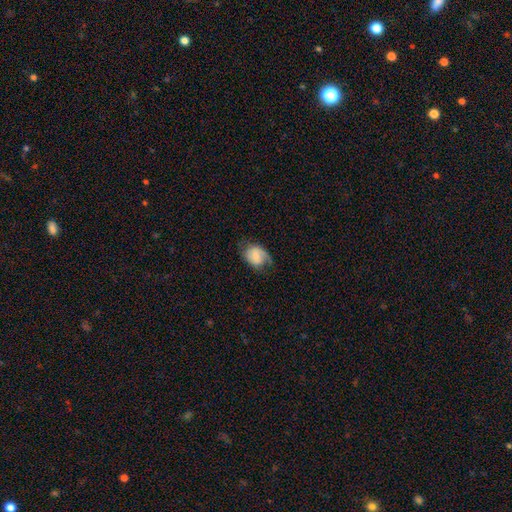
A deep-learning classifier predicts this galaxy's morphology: Q: Smooth or featured?
A: smooth (48%); runner-up: featured or disk (45%)
Q: Merging?
A: none (54%); runner-up: minor disturbance (28%)